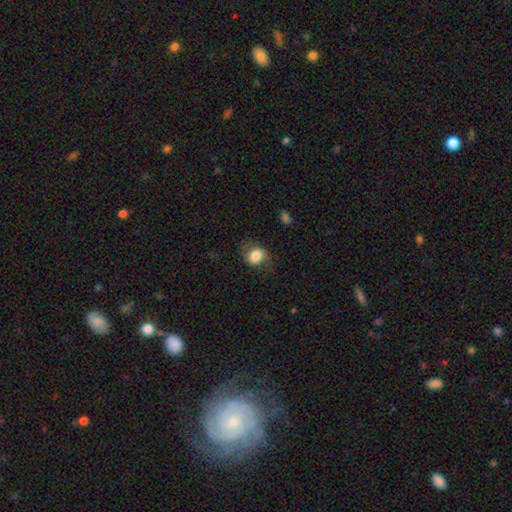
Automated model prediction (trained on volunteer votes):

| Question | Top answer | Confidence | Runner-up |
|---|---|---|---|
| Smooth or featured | smooth | 71% | featured or disk (21%) |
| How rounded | round | 58% | in between (41%) |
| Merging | none | 63% | minor disturbance (22%) |